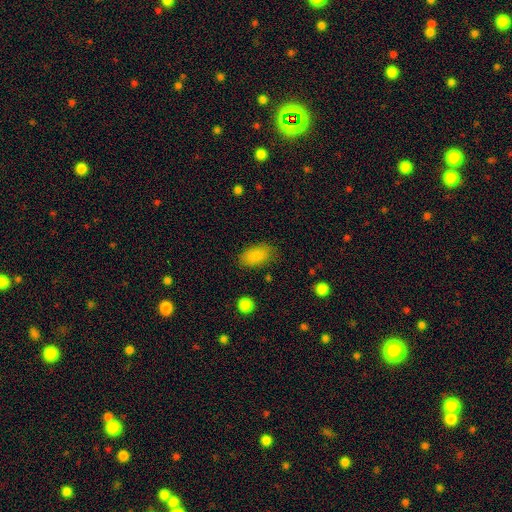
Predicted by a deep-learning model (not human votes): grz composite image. It shows a smooth galaxy with no disk features (87%) that is in between round and cigar-shaped (92%). Merging: none (82%).